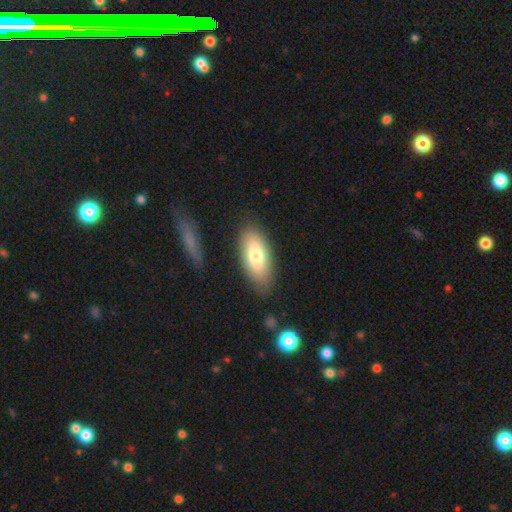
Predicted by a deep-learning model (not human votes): smooth 74%, featured or disk 19%, star or artifact 6%. Down the decision tree: how rounded — in between (84%); merging — none (83%).